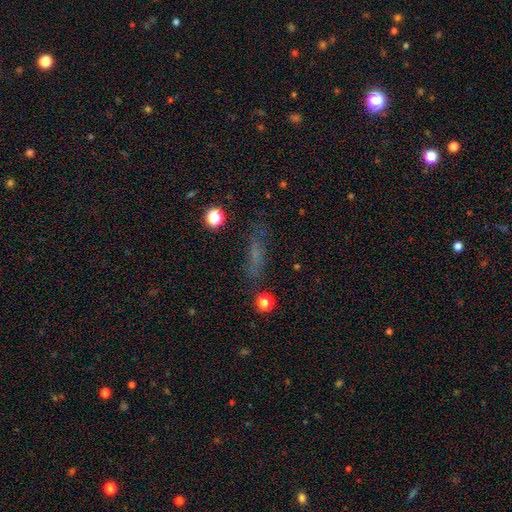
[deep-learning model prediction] A smooth galaxy with no disk features (51%) that is cigar-shaped (68%). Merging: none (73%).